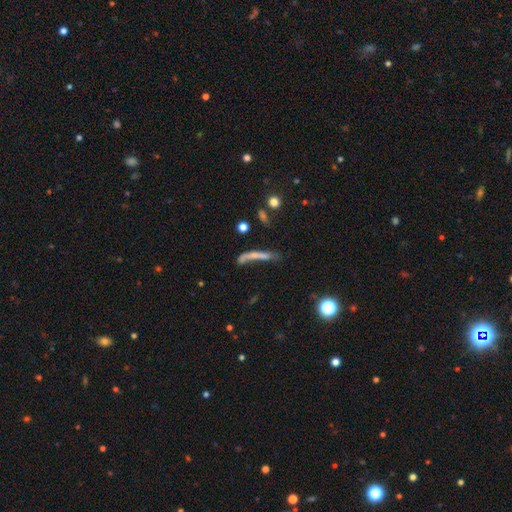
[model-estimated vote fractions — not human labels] Smooth or featured? smooth (51%)
How rounded? cigar-shaped (85%)
Merging? none (35%)